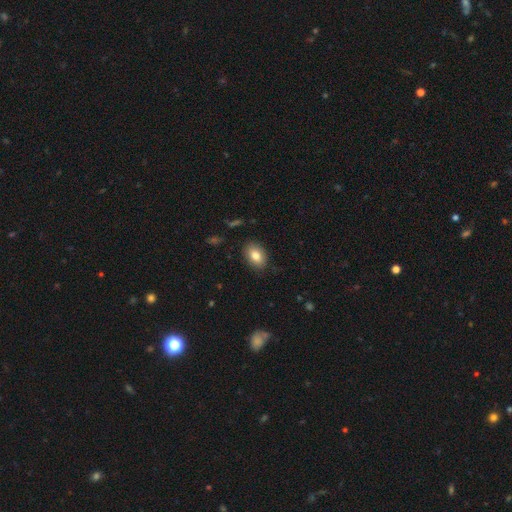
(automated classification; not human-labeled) Morphology: type=smooth (81%); roundness=in between (81%); merging=none (87%).